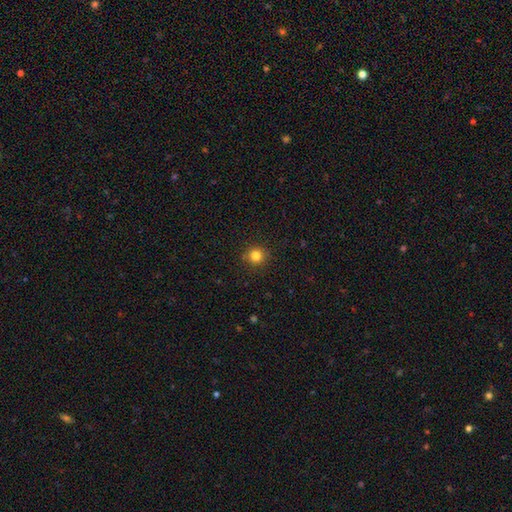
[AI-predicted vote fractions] Morphology: type=smooth (82%); roundness=round (93%); merging=none (90%).